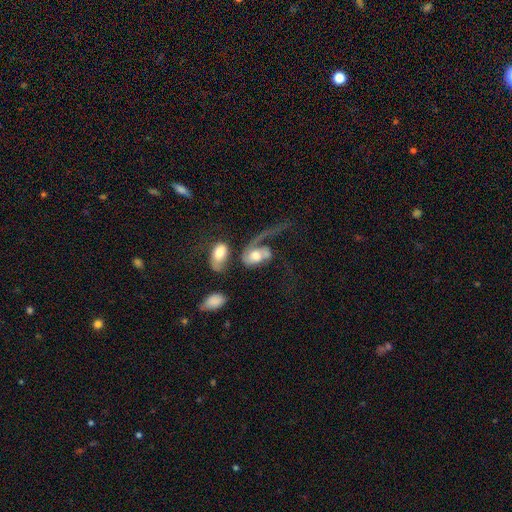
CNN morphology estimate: Overall: featured or disk (61%; smooth 32%). Edge-on disk: no (95%). Bar: no (69%). Spiral arms: yes (79%). Bulge size: moderate (54%; large 26%). Merging: major disturbance (41%; merger 37%).